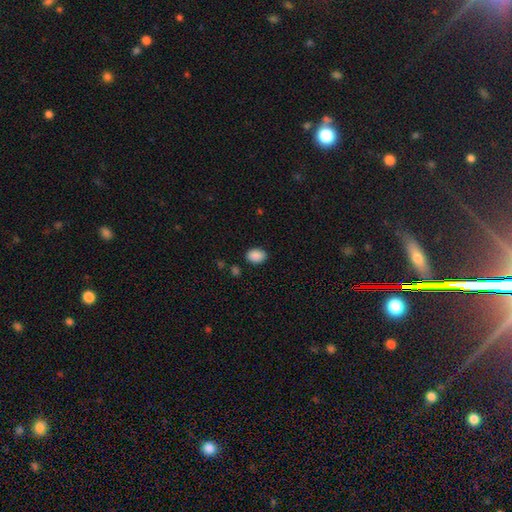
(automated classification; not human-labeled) This is clearly a smooth galaxy (89%). How rounded: likely in between (78%). Merging: clearly none (86%).